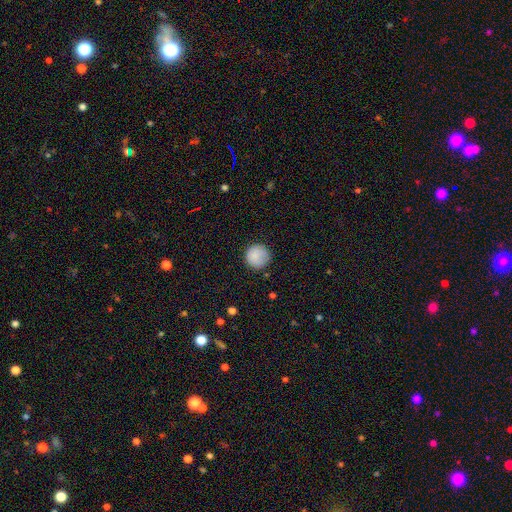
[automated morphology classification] Smooth or featured?
  - smooth: 87% *
  - star or artifact: 8%
  - featured or disk: 6%
How rounded?
  - round: 95% *
  - in between: 4%
  - cigar-shaped: 1%
Merging?
  - none: 83% *
  - minor disturbance: 13%
  - major disturbance: 3%
  - merger: 1%